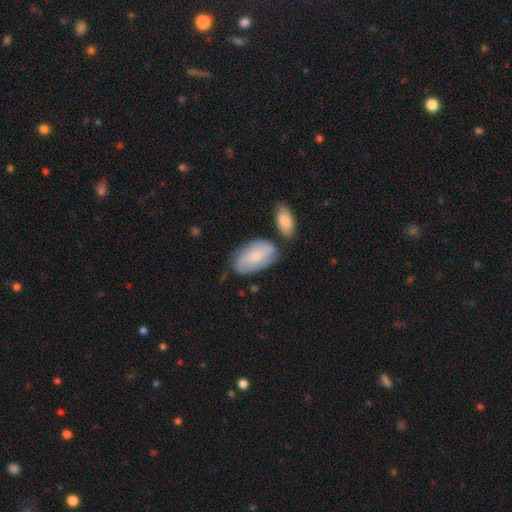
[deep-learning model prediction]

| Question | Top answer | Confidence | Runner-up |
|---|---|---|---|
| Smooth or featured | smooth | 68% | featured or disk (25%) |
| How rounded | in between | 94% | round (3%) |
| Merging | none | 57% | minor disturbance (21%) |